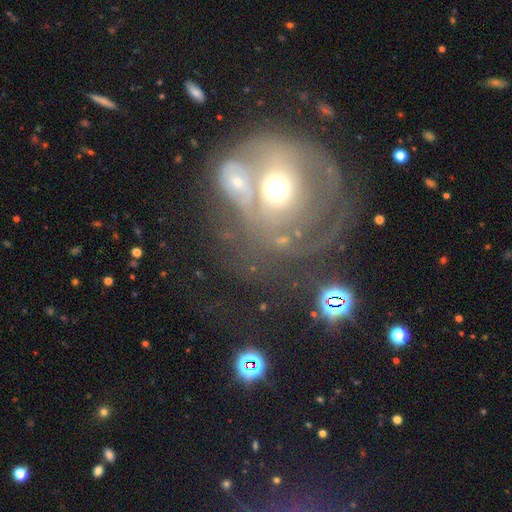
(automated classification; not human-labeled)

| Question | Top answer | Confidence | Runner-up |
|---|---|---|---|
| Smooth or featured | featured or disk | 57% | smooth (26%) |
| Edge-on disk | no | 94% | yes (6%) |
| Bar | no | 74% | weak (18%) |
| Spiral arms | no | 56% | yes (44%) |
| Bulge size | moderate | 64% | small (19%) |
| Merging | merger | 35% | none (31%) |